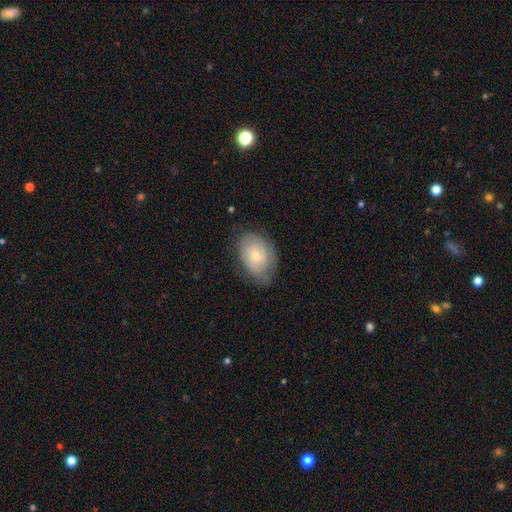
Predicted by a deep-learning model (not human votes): This is likely a smooth galaxy (64%). How rounded: likely in between (80%). Merging: likely none (64%).